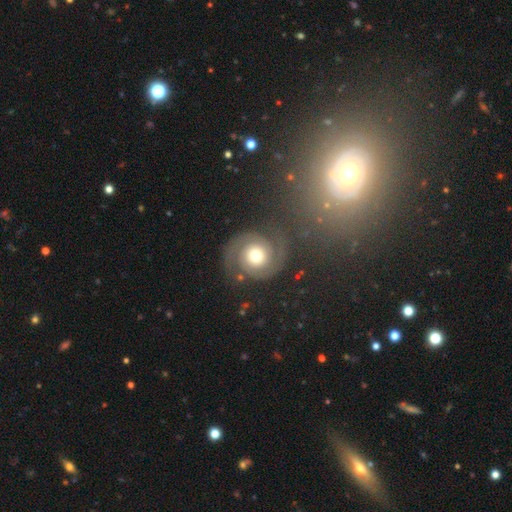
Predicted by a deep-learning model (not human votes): This appears to be a featured or disk galaxy (83%) with no bar (79%), 2 (92%) tight (59%) spiral arms (96%) and a moderate central bulge (70%). Merging: none (78%).